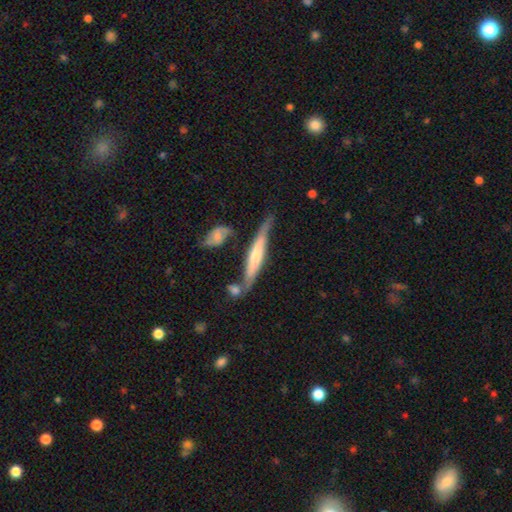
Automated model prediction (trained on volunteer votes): The model was most divided on "smooth or featured": featured or disk: 59%, smooth: 36%, star or artifact: 5%. Remaining: edge-on disk — yes (87%); merging — none (59%); edge-on bulge — rounded (50%).